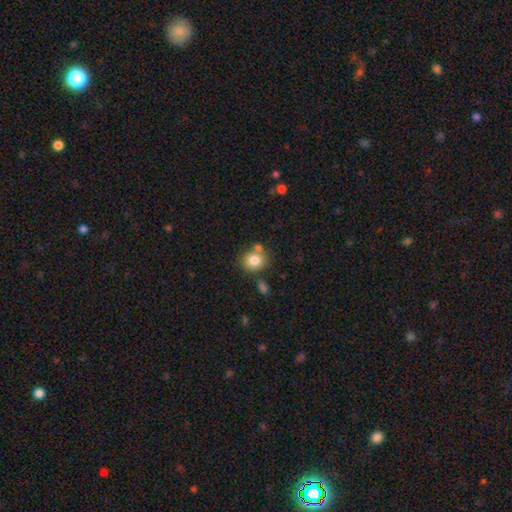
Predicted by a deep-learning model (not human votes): This appears to be a smooth galaxy with no disk features (79%) that is round (76%). Merging: none (68%).